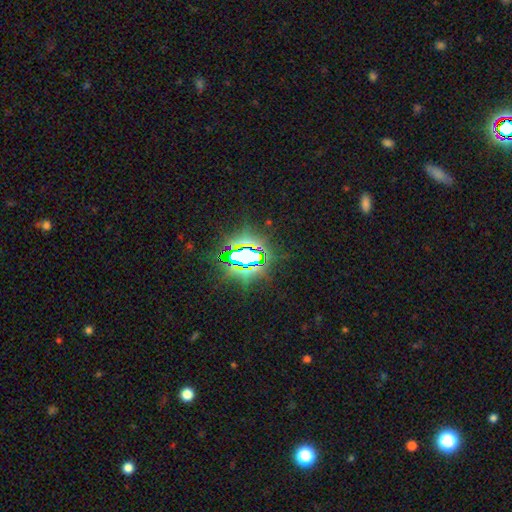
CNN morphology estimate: Smooth or featured: star or artifact — 83% (smooth — 9%)